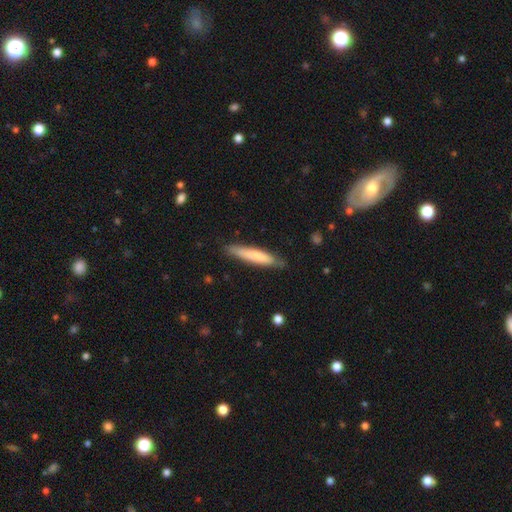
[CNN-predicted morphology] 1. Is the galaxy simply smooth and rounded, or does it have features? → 71% smooth, 23% featured or disk, 6% star or artifact.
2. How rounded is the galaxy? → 89% cigar-shaped, 10% in between, 1% round.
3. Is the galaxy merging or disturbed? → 81% none, 16% minor disturbance, 3% major disturbance, 1% merger.